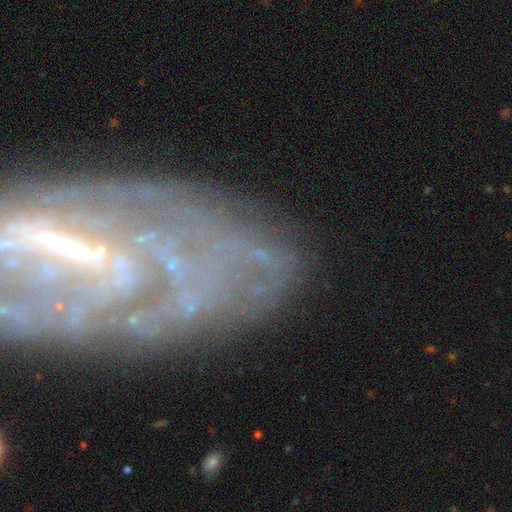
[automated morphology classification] Overall: featured or disk (76%). Edge-on disk: no (91%). Bar: strong (37%; weak 34%). Spiral arms: yes (56%; no 44%). Bulge size: none (40%; small 30%). Merging: none (52%; major disturbance 23%).